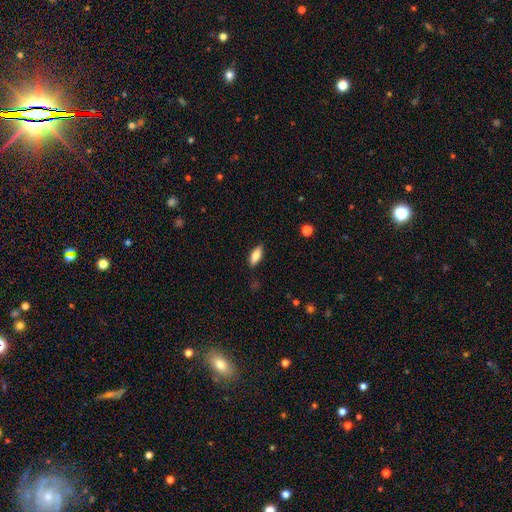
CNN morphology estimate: Q: Smooth or featured?
A: smooth (81%); runner-up: featured or disk (13%)
Q: How rounded?
A: in between (71%); runner-up: cigar-shaped (27%)
Q: Merging?
A: none (87%); runner-up: minor disturbance (10%)